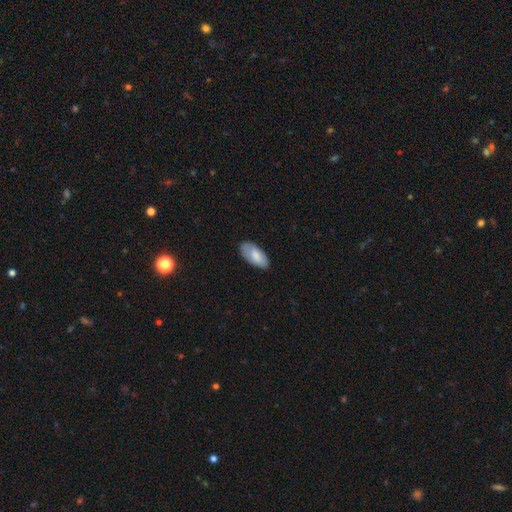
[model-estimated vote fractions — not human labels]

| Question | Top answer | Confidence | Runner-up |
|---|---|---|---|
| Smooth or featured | smooth | 79% | featured or disk (15%) |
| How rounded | in between | 92% | cigar-shaped (7%) |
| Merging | none | 78% | minor disturbance (18%) |